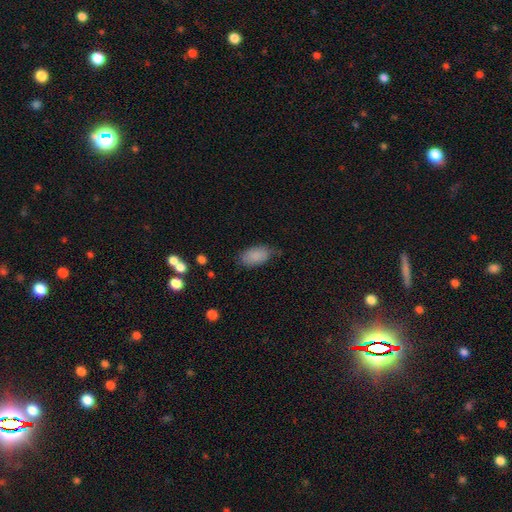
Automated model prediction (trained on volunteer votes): smooth 87%, star or artifact 7%, featured or disk 6%. Down the decision tree: how rounded — in between (94%); merging — none (68%).